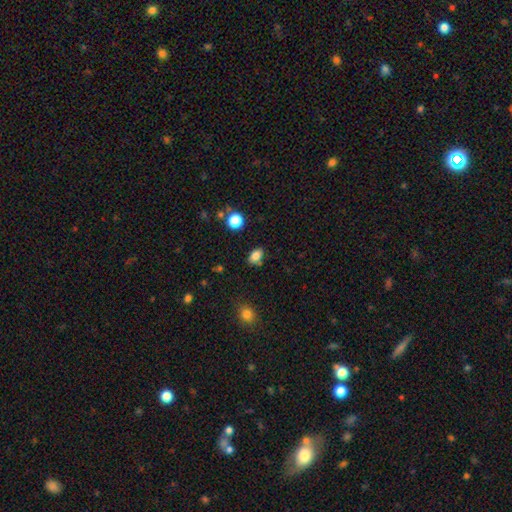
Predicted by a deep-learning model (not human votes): Smooth or featured? Predicted: smooth (p=0.83). How rounded? Predicted: in between (p=0.84). Merging? Predicted: none (p=0.78).